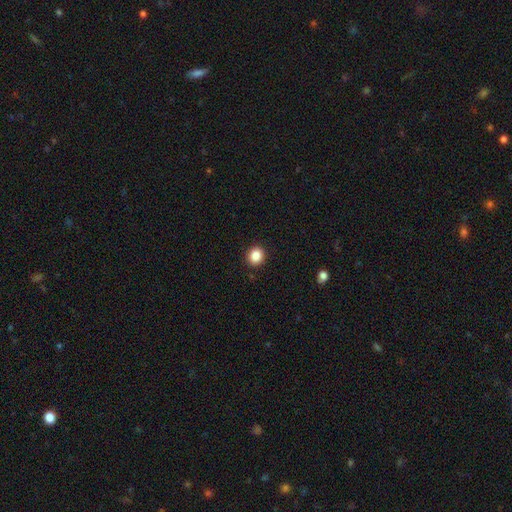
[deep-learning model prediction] A smooth galaxy with no disk features (87%) that is round (76%). Merging: none (92%).